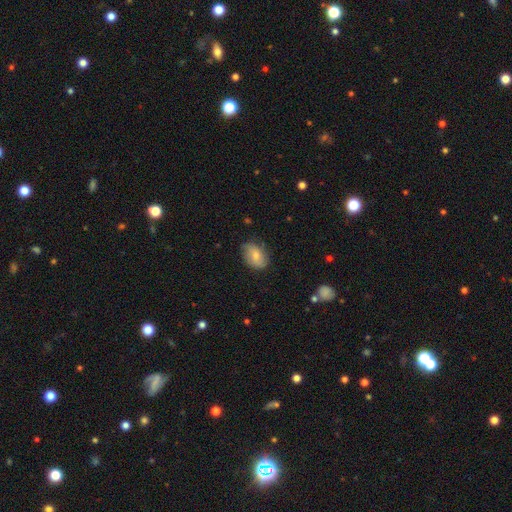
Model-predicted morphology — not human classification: smooth-or-featured: smooth: 62% | featured or disk: 30% | star or artifact: 8%
  how-rounded: in between: 77% | round: 22% | cigar-shaped: 1%
  merging: none: 69% | minor disturbance: 24% | major disturbance: 5% | merger: 1%